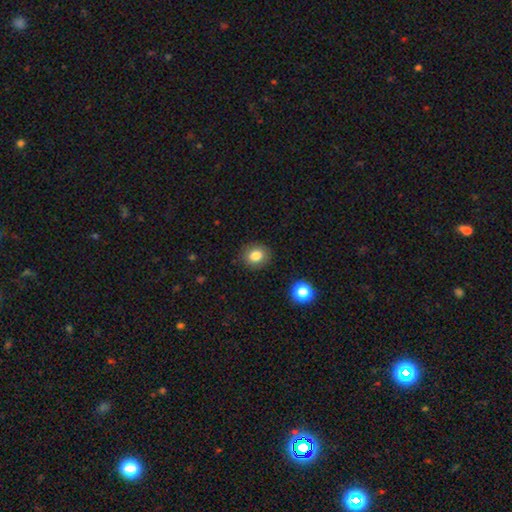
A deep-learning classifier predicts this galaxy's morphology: A smooth galaxy with no disk features (83%) that is round (71%). Merging: none (89%).